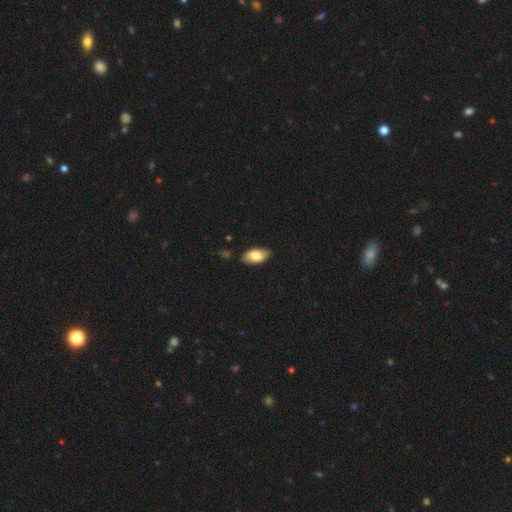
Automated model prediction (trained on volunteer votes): Smooth or featured?
  - smooth: 79% *
  - featured or disk: 15%
  - star or artifact: 6%
How rounded?
  - in between: 94% *
  - cigar-shaped: 3%
  - round: 3%
Merging?
  - none: 84% *
  - minor disturbance: 12%
  - major disturbance: 2%
  - merger: 2%